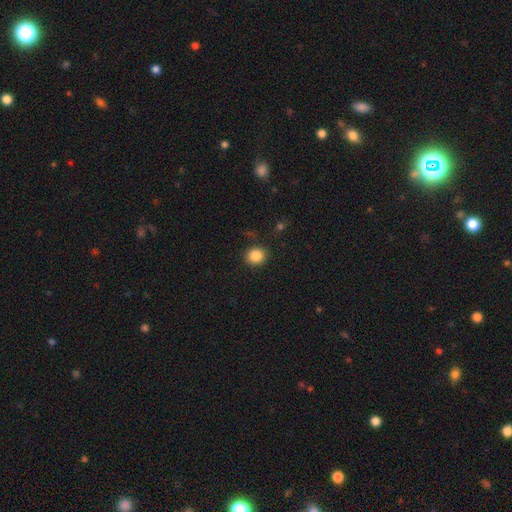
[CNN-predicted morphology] The model was most divided on "how rounded": round: 82%, in between: 17%, cigar-shaped: 1%. More confident: merging — none (87%); smooth or featured — smooth (86%).